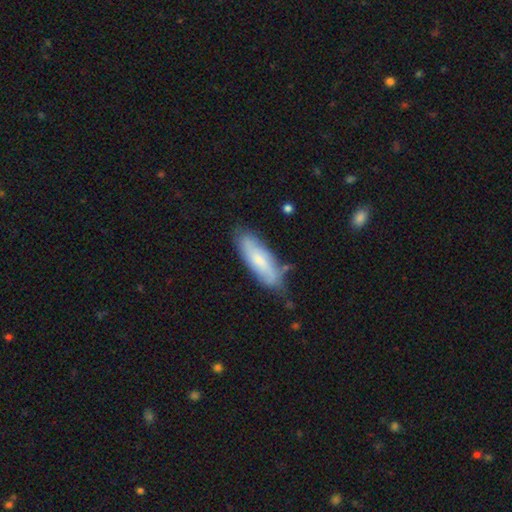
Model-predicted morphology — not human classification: type=smooth (60%); roundness=cigar-shaped (53%); merging=none (76%).